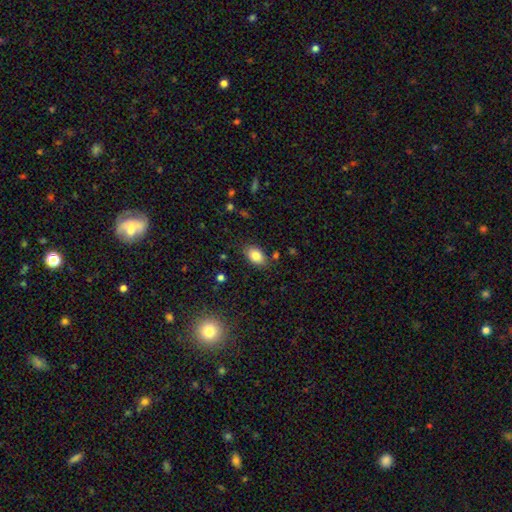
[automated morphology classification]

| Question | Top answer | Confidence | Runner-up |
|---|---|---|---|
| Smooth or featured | smooth | 84% | star or artifact (9%) |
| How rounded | in between | 88% | round (10%) |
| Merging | none | 82% | minor disturbance (12%) |